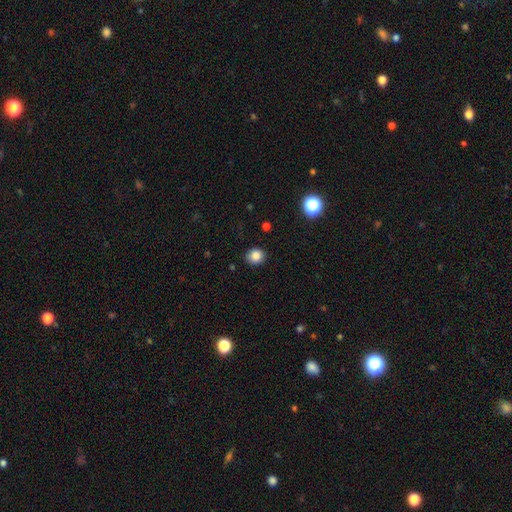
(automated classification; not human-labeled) Smooth or featured: smooth — 84% (star or artifact — 11%)
How rounded: round — 77% (in between — 22%)
Merging: none — 87% (minor disturbance — 10%)